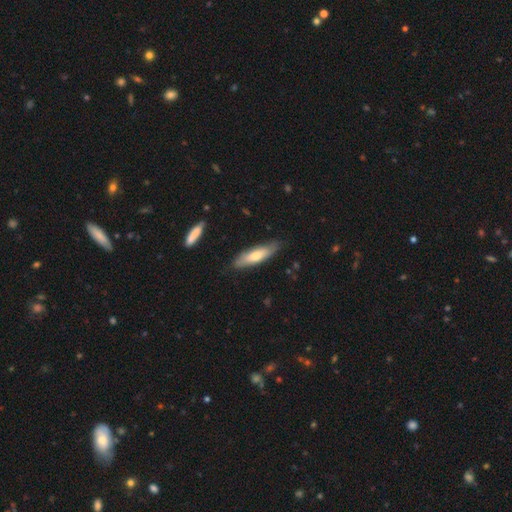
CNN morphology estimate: Q: Smooth or featured?
A: smooth (65%); runner-up: featured or disk (29%)
Q: How rounded?
A: cigar-shaped (64%); runner-up: in between (34%)
Q: Merging?
A: none (80%); runner-up: minor disturbance (16%)